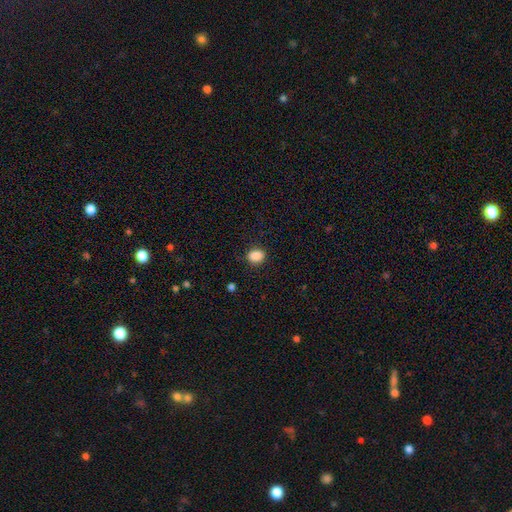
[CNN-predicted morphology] Q: Smooth or featured?
A: smooth (88%); runner-up: star or artifact (9%)
Q: How rounded?
A: in between (58%); runner-up: round (41%)
Q: Merging?
A: none (86%); runner-up: minor disturbance (10%)